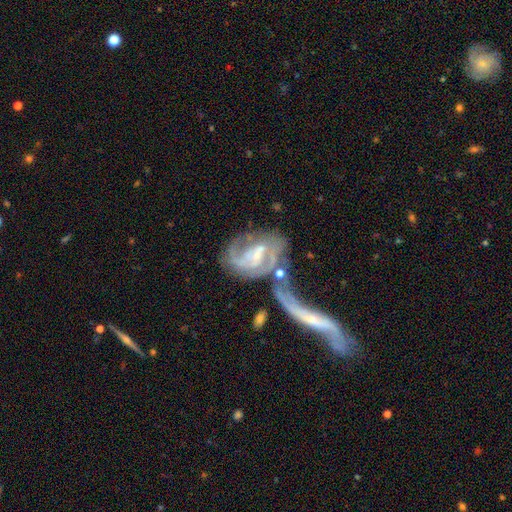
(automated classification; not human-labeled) featured or disk 85%, smooth 9%, star or artifact 6%. Down the decision tree: edge-on disk — no (96%); bar — weak (45%); spiral arms — yes (92%); spiral arm count — 2 (58%); spiral winding — medium (44%); bulge size — small (64%); merging — merger (39%).